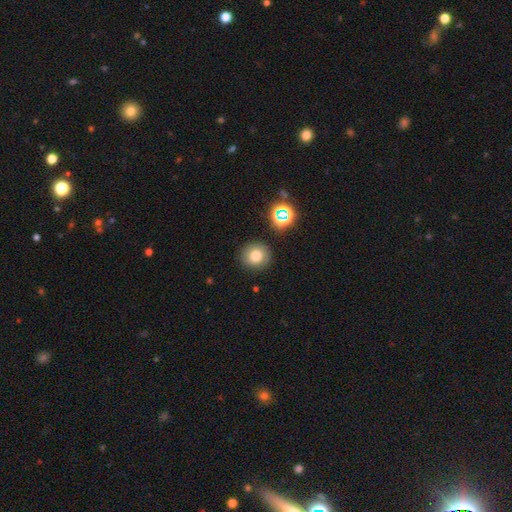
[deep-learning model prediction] Smooth or featured? smooth (74%)
How rounded? round (89%)
Merging? none (86%)